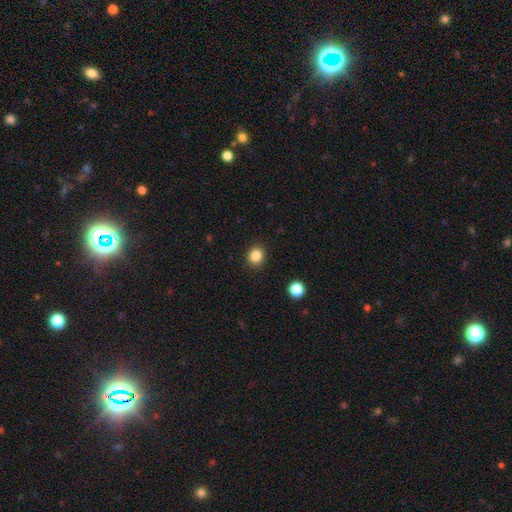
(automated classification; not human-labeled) Smooth or featured? Predicted: smooth (p=0.84). How rounded? Predicted: round (p=0.77). Merging? Predicted: none (p=0.90).